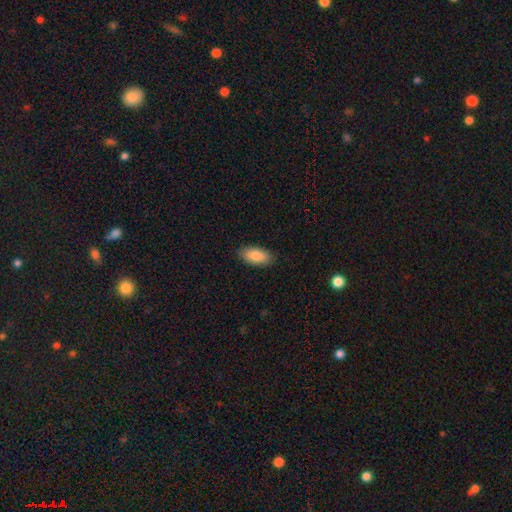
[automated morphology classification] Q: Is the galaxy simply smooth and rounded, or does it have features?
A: smooth — 85%.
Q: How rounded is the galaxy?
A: in between — 91%.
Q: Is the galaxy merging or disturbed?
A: none — 88%.